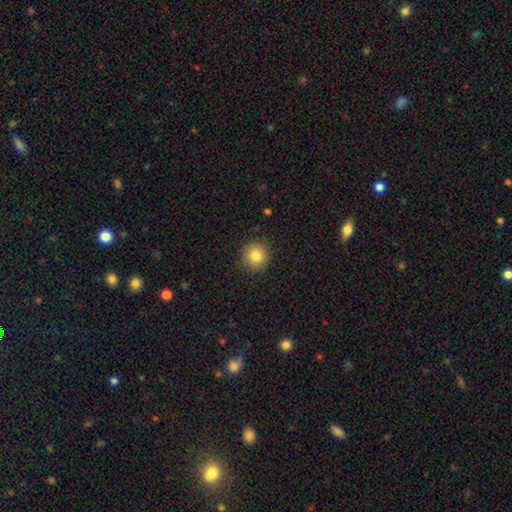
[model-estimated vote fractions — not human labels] This appears to be a smooth galaxy with no disk features (83%) that is round (93%). Merging: none (90%).